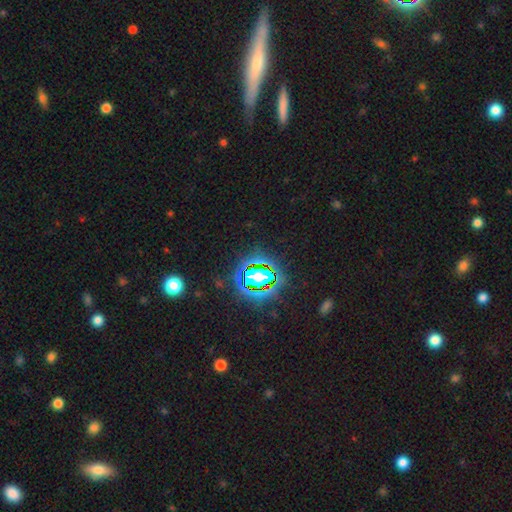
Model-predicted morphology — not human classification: This is likely a star or artifact rather than a galaxy (75%).